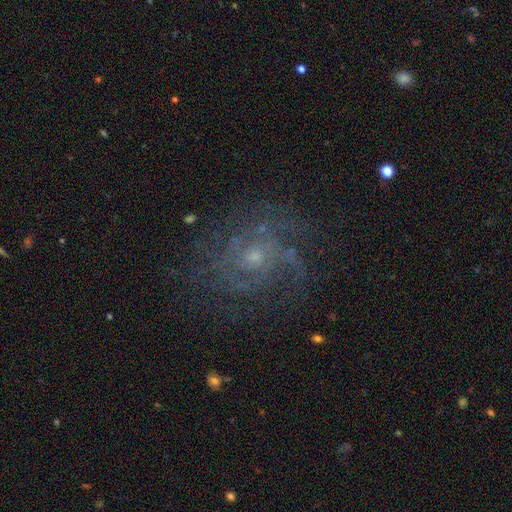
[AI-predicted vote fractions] Q: Smooth or featured?
A: featured or disk (77%); runner-up: star or artifact (14%)
Q: Edge-on disk?
A: no (97%); runner-up: yes (3%)
Q: Bar?
A: no (74%); runner-up: weak (23%)
Q: Spiral arms?
A: yes (92%); runner-up: no (8%)
Q: Spiral winding?
A: tight (48%); runner-up: medium (39%)
Q: Spiral arm count?
A: can't tell (37%); runner-up: 3 (18%)
Q: Bulge size?
A: small (63%); runner-up: moderate (31%)
Q: Merging?
A: none (73%); runner-up: minor disturbance (15%)